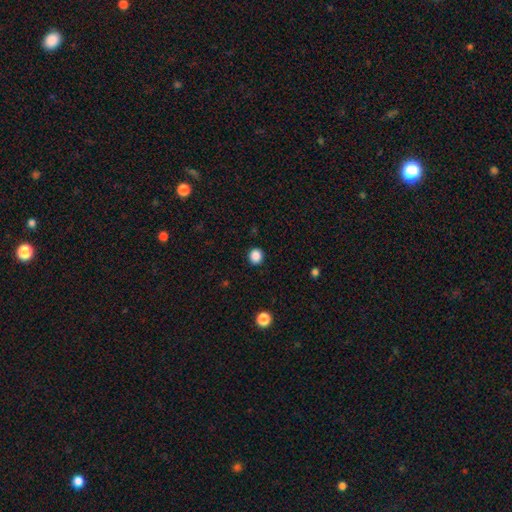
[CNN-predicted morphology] type=smooth (87%); roundness=round (86%); merging=none (92%).